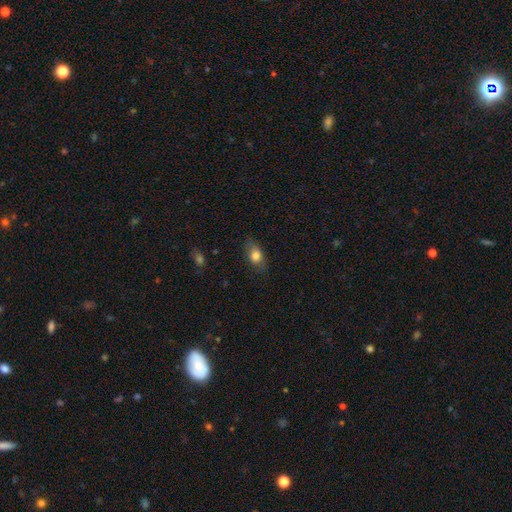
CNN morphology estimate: smooth 77%, featured or disk 15%, star or artifact 8%. Down the decision tree: how rounded — in between (81%); merging — none (76%).